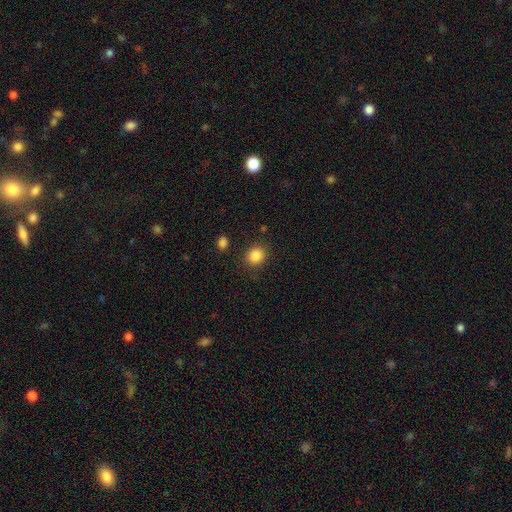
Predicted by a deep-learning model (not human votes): A smooth galaxy with no disk features (86%) that is round (76%). Merging: none (85%).